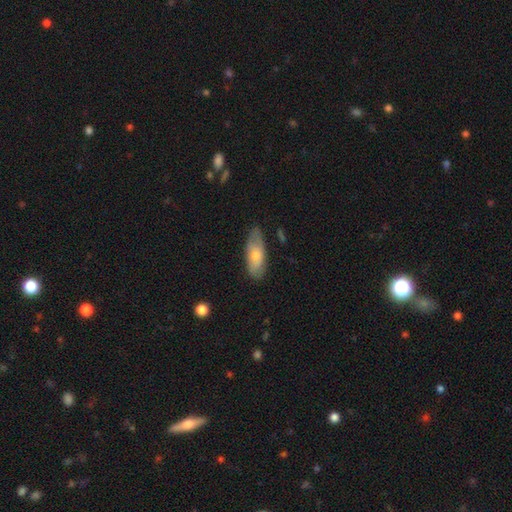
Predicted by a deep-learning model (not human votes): A smooth galaxy with no disk features (70%) that is in between round and cigar-shaped (79%). Merging: none (74%).